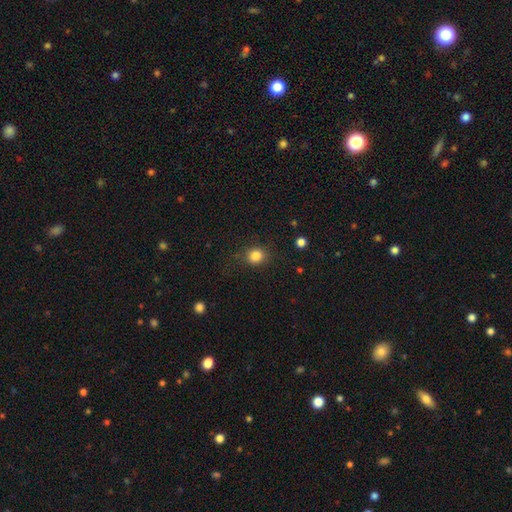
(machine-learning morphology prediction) type=smooth (84%); roundness=round (79%); merging=none (83%).